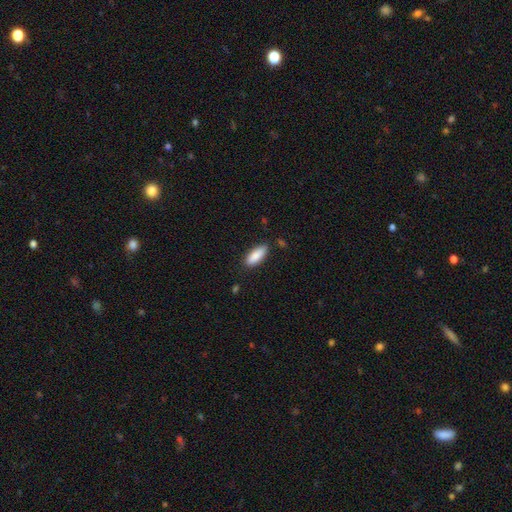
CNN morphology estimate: Smooth or featured? smooth (87%)
How rounded? in between (72%)
Merging? none (82%)